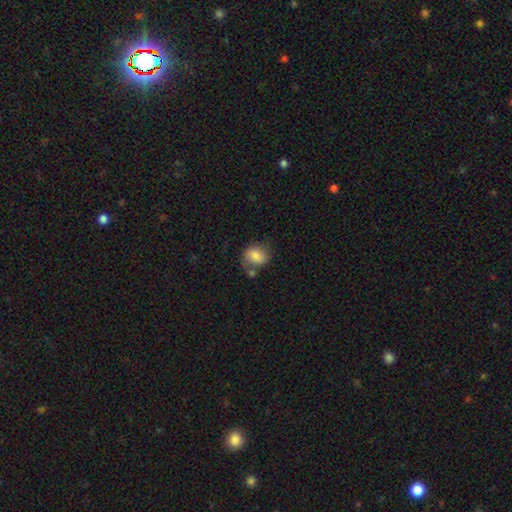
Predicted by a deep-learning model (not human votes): Smooth or featured? Predicted: smooth (p=0.75). How rounded? Predicted: round (p=0.56). Merging? Predicted: none (p=0.53).